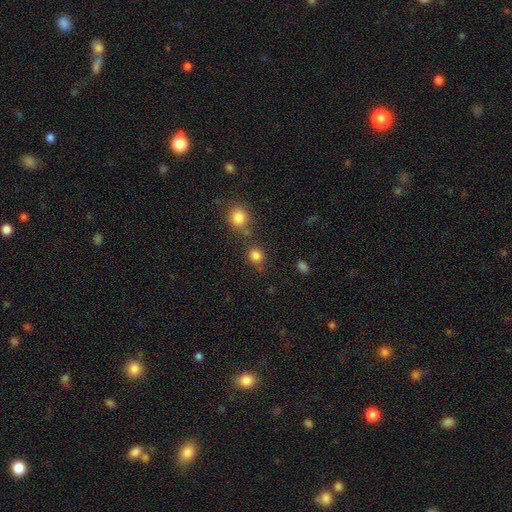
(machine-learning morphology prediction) The model was most divided on "merging": none: 71%, merger: 13%, minor disturbance: 11%, major disturbance: 5%. More confident: how rounded — round (84%); smooth or featured — smooth (83%).